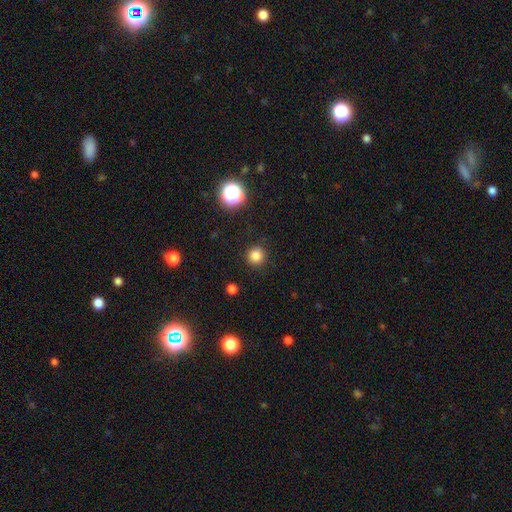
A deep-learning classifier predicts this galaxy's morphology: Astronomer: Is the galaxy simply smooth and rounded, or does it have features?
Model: smooth — 83%.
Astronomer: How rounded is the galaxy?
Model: round — 95%.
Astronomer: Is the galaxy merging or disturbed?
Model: none — 92%.